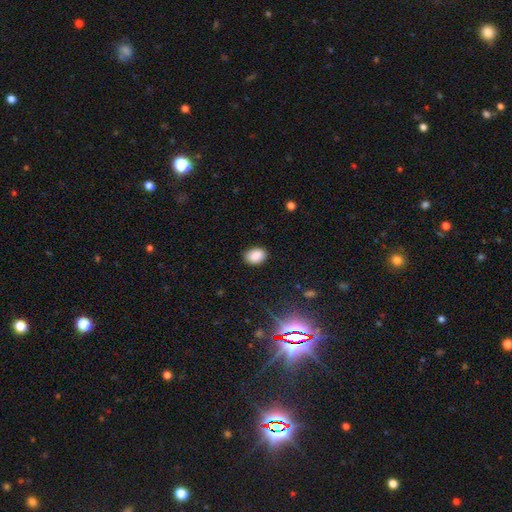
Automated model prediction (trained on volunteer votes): Morphology: type=smooth (87%); roundness=in between (76%); merging=none (88%).